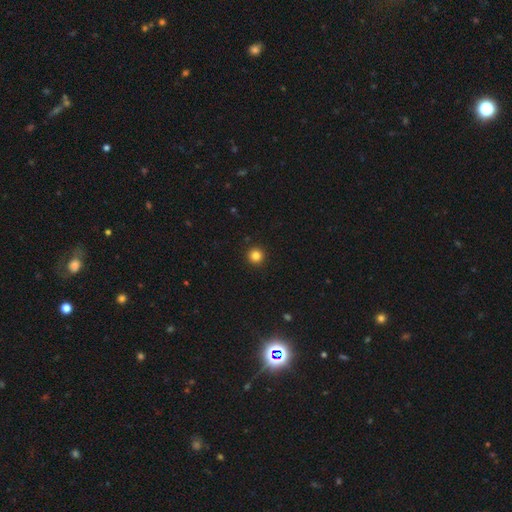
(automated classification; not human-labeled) This appears to be a smooth galaxy with no disk features (84%) that is round (96%). Merging: none (93%).